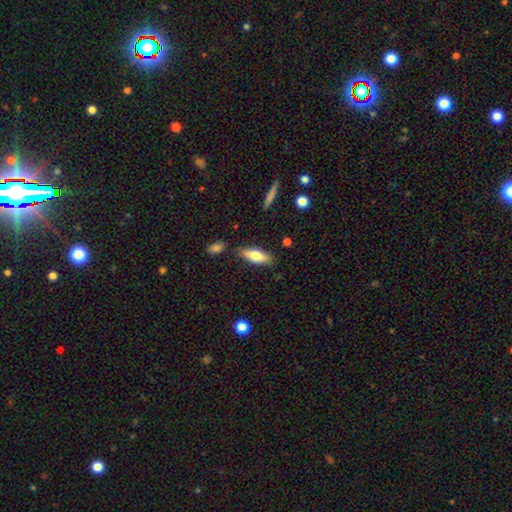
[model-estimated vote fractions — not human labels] Overall: smooth (64%; featured or disk 30%). How rounded: in between (60%; cigar-shaped 37%). Merging: none (82%).